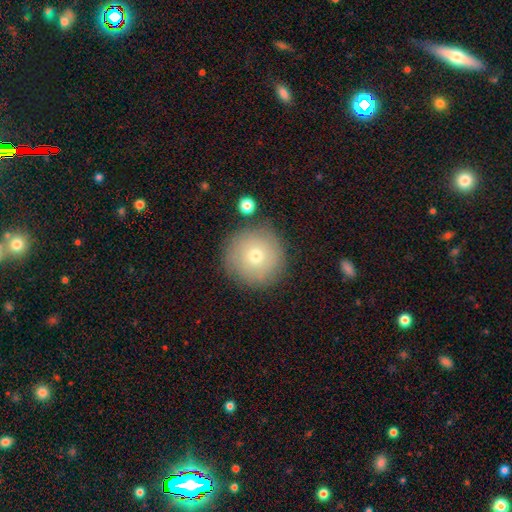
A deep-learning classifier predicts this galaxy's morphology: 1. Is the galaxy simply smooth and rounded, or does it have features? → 68% smooth, 22% featured or disk, 10% star or artifact.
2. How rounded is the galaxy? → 96% round, 3% in between, 1% cigar-shaped.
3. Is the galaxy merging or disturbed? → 84% none, 10% minor disturbance, 3% major disturbance, 3% merger.